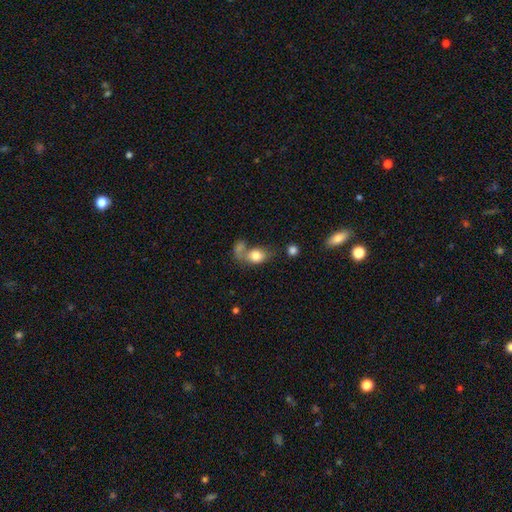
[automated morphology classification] Smooth or featured? Predicted: smooth (p=0.79). How rounded? Predicted: in between (p=0.62). Merging? Predicted: merger (p=0.41).